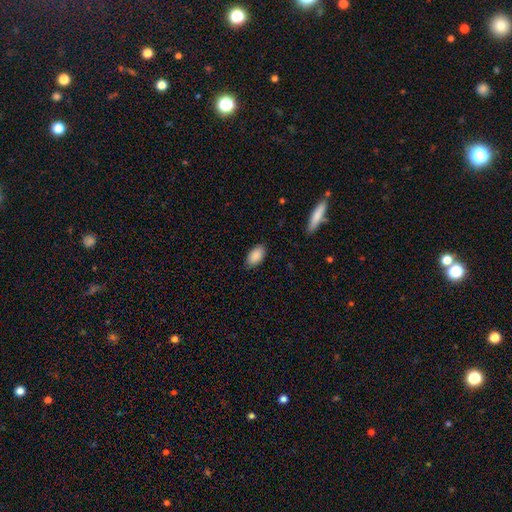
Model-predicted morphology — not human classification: A smooth galaxy with no disk features (89%) that is in between round and cigar-shaped (94%).

Vote fractions:
- Smooth or featured? smooth: 89% / star or artifact: 7% / featured or disk: 4%
- How rounded? in between: 94% / round: 3% / cigar-shaped: 3%
- Merging? none: 86% / minor disturbance: 11% / major disturbance: 2% / merger: 1%